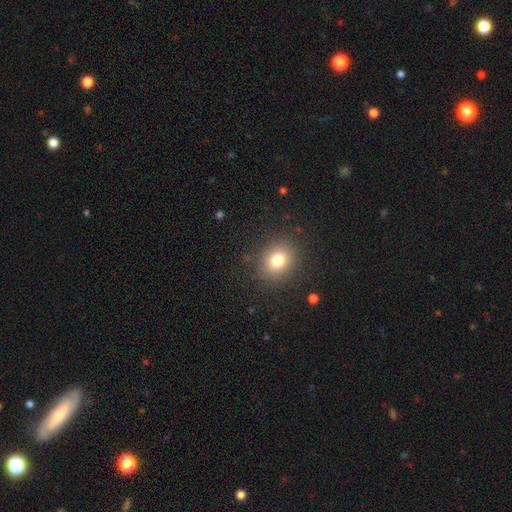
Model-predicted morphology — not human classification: Smooth or featured? smooth (71%)
How rounded? round (83%)
Merging? none (91%)